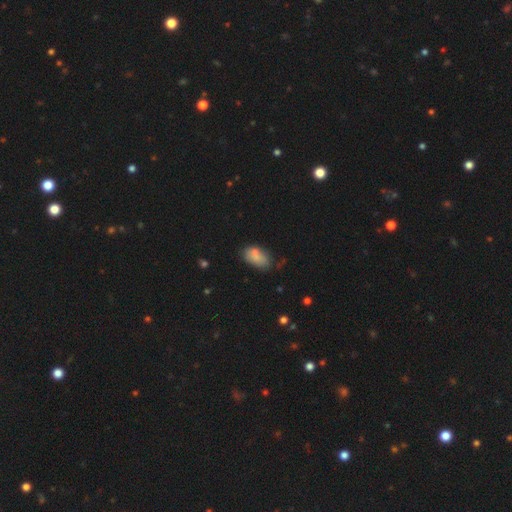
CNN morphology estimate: A smooth galaxy with no disk features (76%) that is in between round and cigar-shaped (90%). Merging: none (48%).